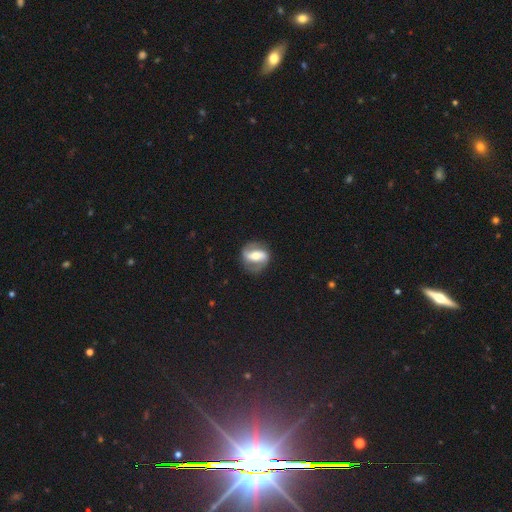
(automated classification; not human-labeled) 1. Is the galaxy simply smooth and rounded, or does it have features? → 76% featured or disk, 18% smooth, 6% star or artifact.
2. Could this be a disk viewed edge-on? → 95% no, 5% yes.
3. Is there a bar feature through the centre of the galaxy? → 58% strong, 26% weak, 16% no.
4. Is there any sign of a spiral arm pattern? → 84% yes, 16% no.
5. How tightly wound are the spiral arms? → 45% medium, 30% tight, 26% loose.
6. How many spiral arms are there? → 88% 2, 5% can't tell, 3% 1, 1% 3, 1% 4, 1% more than 4.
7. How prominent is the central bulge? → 61% moderate, 21% small, 14% large, 2% dominant, 2% none.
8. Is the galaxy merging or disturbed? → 79% none, 13% minor disturbance, 6% major disturbance, 1% merger.